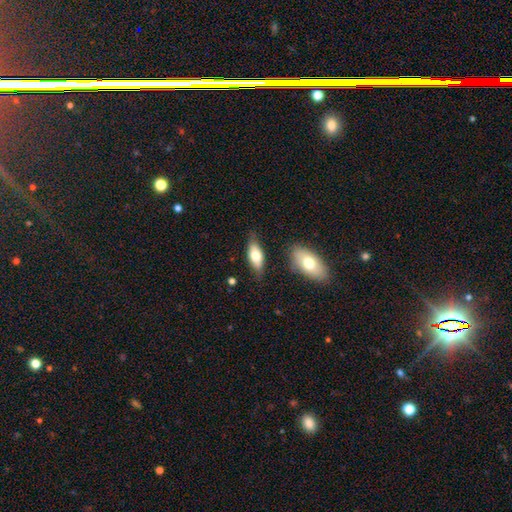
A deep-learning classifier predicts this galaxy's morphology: type=smooth (71%); roundness=in between (81%); merging=none (74%).